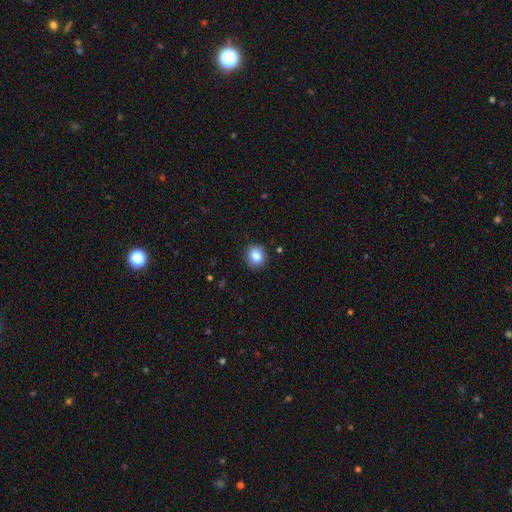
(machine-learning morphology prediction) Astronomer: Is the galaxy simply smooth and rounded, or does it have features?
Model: smooth — 83%.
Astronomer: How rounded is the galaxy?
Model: round — 81%.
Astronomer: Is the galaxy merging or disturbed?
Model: none — 88%.